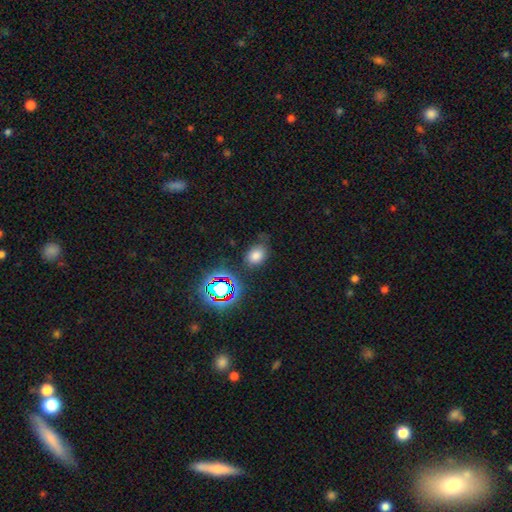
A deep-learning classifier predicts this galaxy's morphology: smooth_or_featured: smooth (p=0.71) [alt: star or artifact p=0.20]
how_rounded: in between (p=0.65) [alt: round p=0.34]
merging: none (p=0.69) [alt: minor disturbance p=0.21]